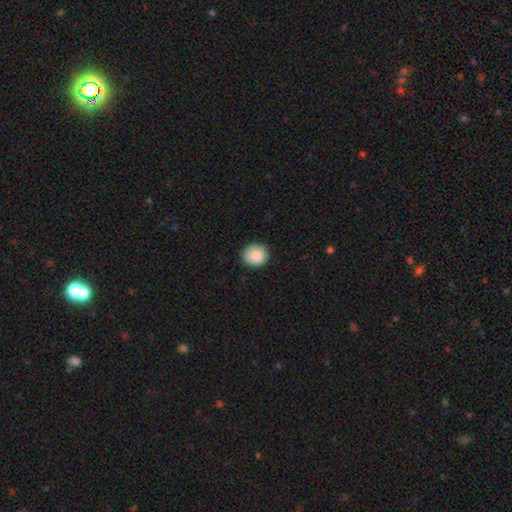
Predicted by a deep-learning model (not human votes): Morphology: type=smooth (87%); roundness=round (86%); merging=none (89%).